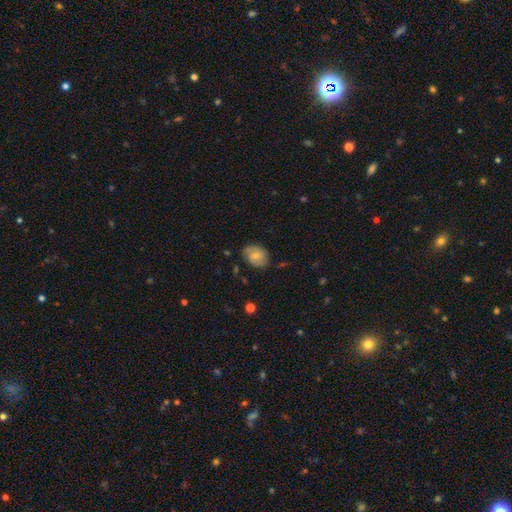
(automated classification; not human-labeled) Smooth or featured?
  - smooth: 60% *
  - featured or disk: 32%
  - star or artifact: 8%
How rounded?
  - in between: 63% *
  - round: 36%
  - cigar-shaped: 1%
Merging?
  - none: 72% *
  - minor disturbance: 22%
  - major disturbance: 4%
  - merger: 2%